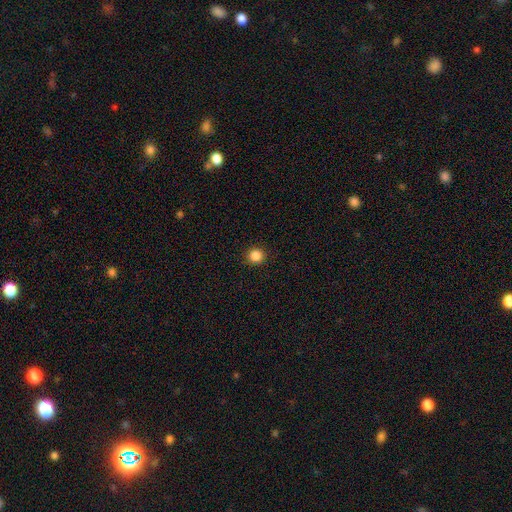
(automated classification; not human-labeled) This appears to be a smooth galaxy with no disk features (85%) that is round (93%). Merging: none (93%).